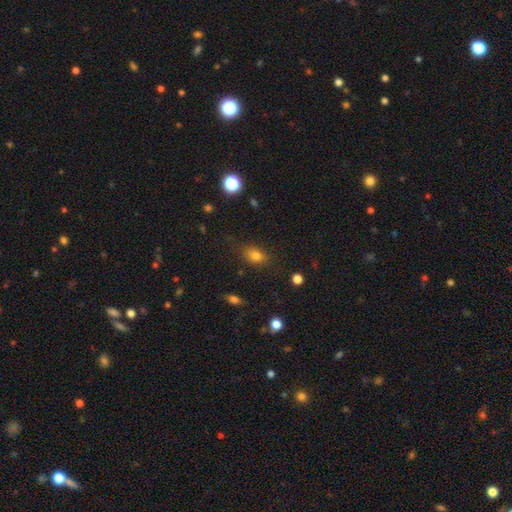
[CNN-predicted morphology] smooth_or_featured: smooth (p=0.77) [alt: star or artifact p=0.14]
how_rounded: in between (p=0.72) [alt: round p=0.26]
merging: none (p=0.78) [alt: minor disturbance p=0.15]